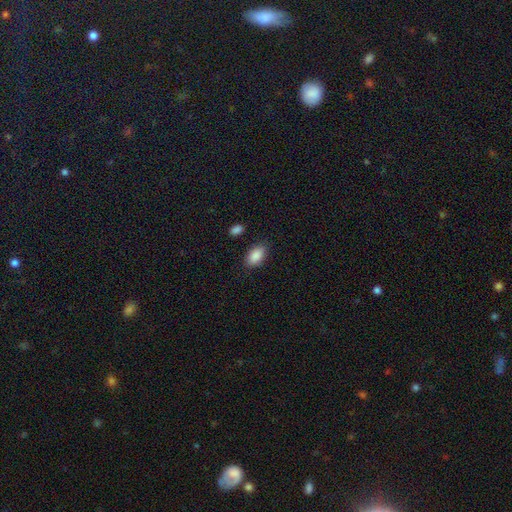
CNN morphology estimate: smooth_or_featured: smooth (p=0.89) [alt: star or artifact p=0.07]
how_rounded: in between (p=0.93) [alt: round p=0.05]
merging: none (p=0.85) [alt: minor disturbance p=0.10]